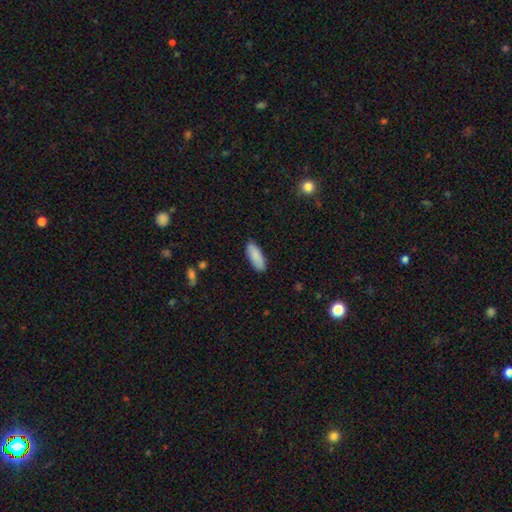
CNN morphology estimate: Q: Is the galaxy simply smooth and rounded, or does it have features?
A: smooth — 87%.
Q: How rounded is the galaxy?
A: in between — 73%.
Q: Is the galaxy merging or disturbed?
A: none — 86%.